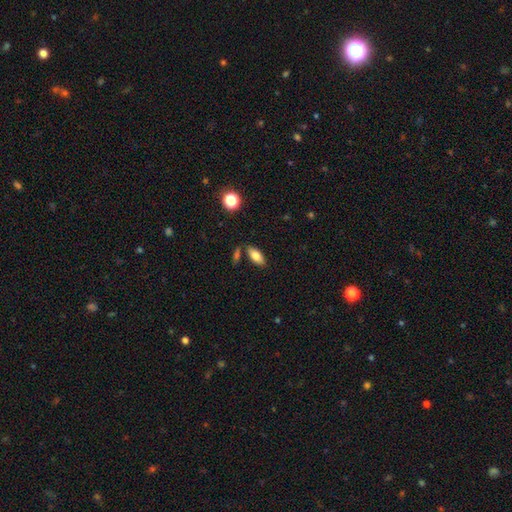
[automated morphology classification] smooth 78%, featured or disk 14%, star or artifact 8%. Down the decision tree: how rounded — in between (85%); merging — none (77%).